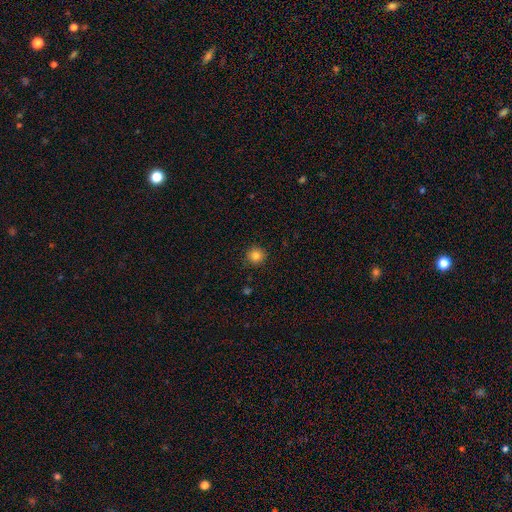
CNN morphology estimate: smooth_or_featured: smooth (p=0.83) [alt: star or artifact p=0.11]
how_rounded: round (p=0.94) [alt: in between p=0.05]
merging: none (p=0.90) [alt: minor disturbance p=0.07]